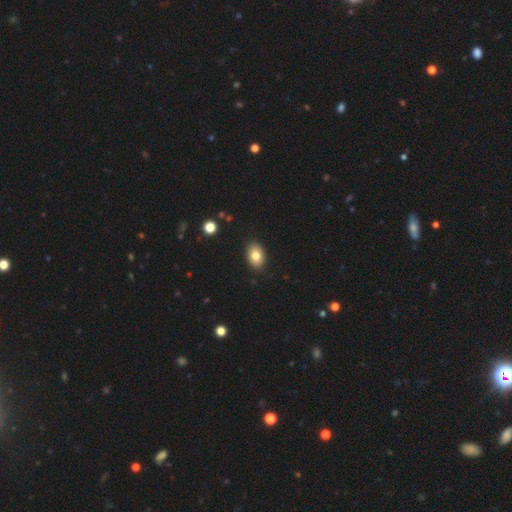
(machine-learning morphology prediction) This appears to be a smooth galaxy with no disk features (81%) that is in between round and cigar-shaped (85%). Merging: none (90%).